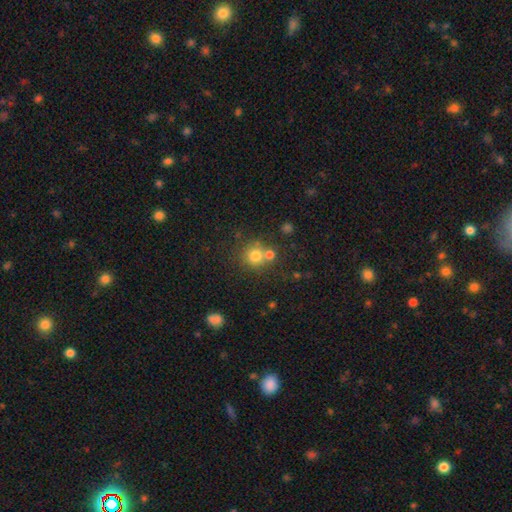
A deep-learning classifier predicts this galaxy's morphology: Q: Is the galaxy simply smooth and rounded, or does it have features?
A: smooth — 76%.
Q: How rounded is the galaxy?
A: round — 90%.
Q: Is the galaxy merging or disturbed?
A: none — 59%.